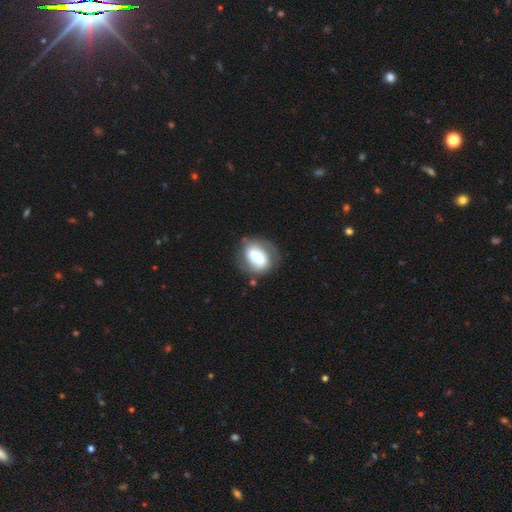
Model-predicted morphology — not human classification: featured or disk 51%, smooth 42%, star or artifact 7%. Down the decision tree: edge-on disk — no (93%); merging — none (69%).